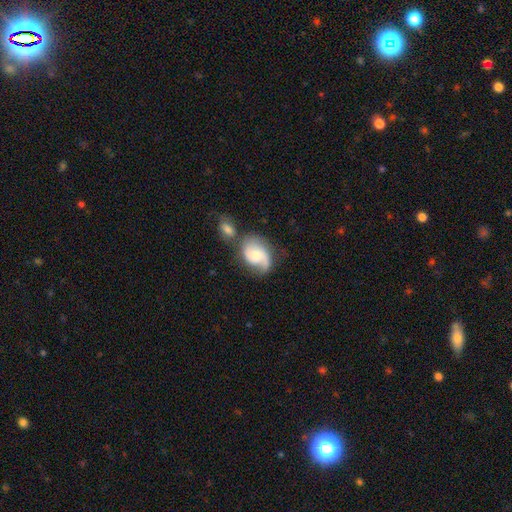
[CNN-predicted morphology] This appears to be a featured or disk galaxy (62%) with no bar (67%), 2 (67%) medium (43%) spiral arms (89%) and a moderate central bulge (52%). Merging: none (43%).